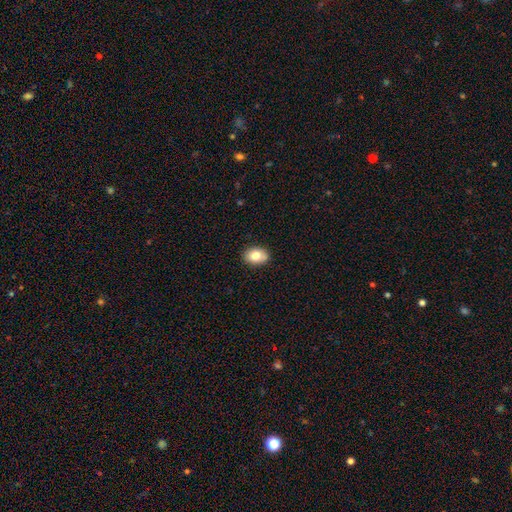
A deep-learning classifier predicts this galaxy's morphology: A smooth galaxy with no disk features (81%) that is in between round and cigar-shaped (77%).

Vote fractions:
- Smooth or featured? smooth: 81% / featured or disk: 11% / star or artifact: 8%
- How rounded? in between: 77% / round: 22% / cigar-shaped: 1%
- Merging? none: 87% / minor disturbance: 9% / major disturbance: 2% / merger: 1%